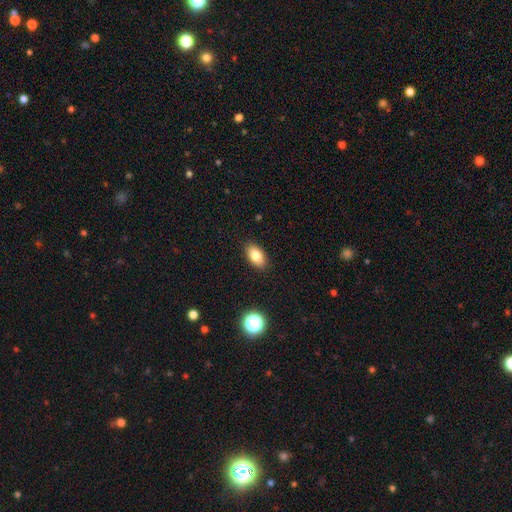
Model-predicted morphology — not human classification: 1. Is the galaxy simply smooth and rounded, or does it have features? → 81% smooth, 10% featured or disk, 9% star or artifact.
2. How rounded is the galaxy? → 91% in between, 6% round, 3% cigar-shaped.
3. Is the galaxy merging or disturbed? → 89% none, 8% minor disturbance, 2% major disturbance, 1% merger.